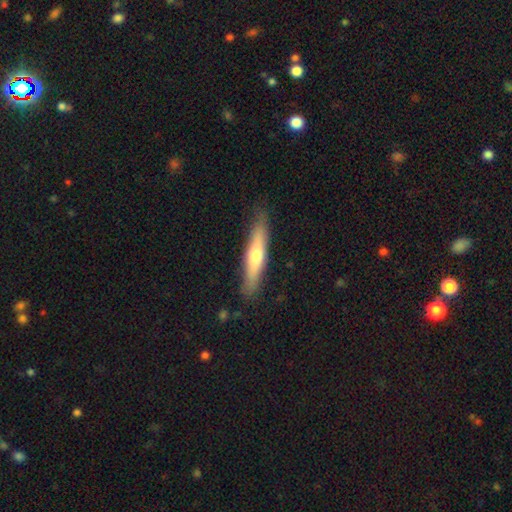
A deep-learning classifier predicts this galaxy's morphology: Overall: smooth (55%; featured or disk 39%). How rounded: cigar-shaped (85%). Merging: none (86%).